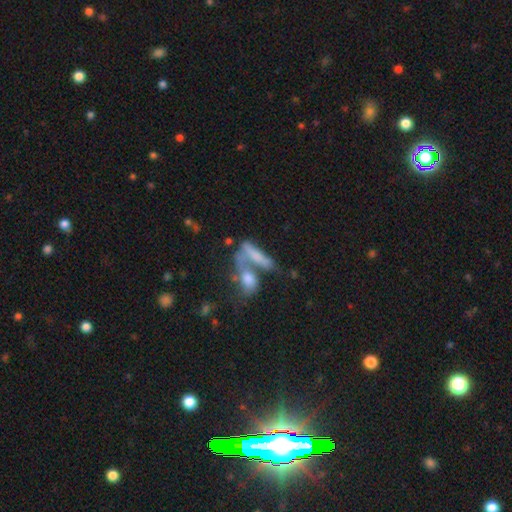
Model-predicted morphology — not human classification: smooth_or_featured: smooth (p=0.62) [alt: featured or disk p=0.28]
how_rounded: cigar-shaped (p=0.50) [alt: in between p=0.44]
merging: merger (p=0.57) [alt: none p=0.22]